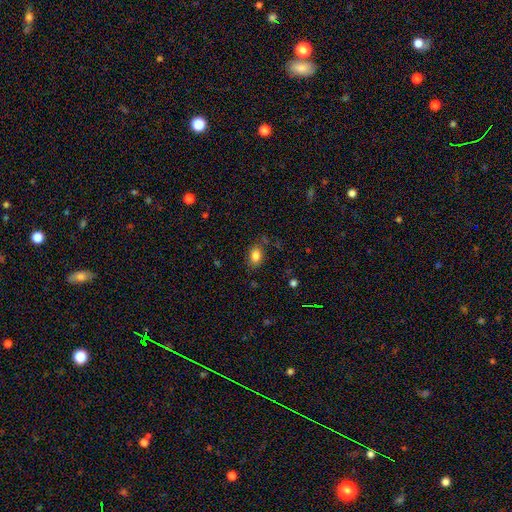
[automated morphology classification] Overall: smooth (84%). How rounded: in between (78%). Merging: none (78%).